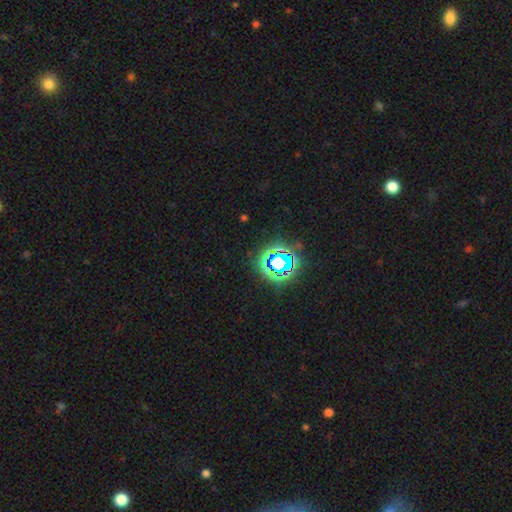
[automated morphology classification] smooth_or_featured: star or artifact (p=0.78) [alt: smooth p=0.14]